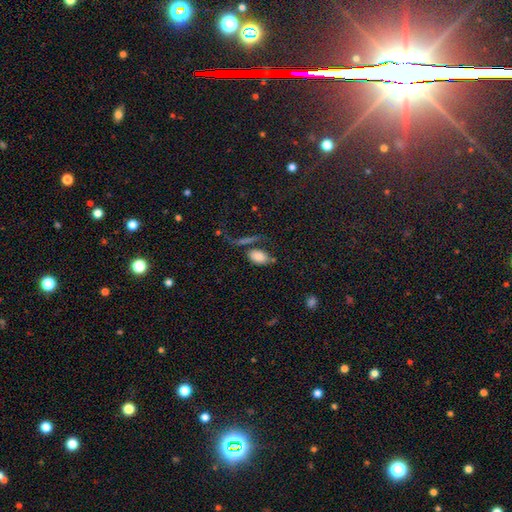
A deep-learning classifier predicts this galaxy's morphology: Smooth or featured?
  - smooth: 74% *
  - star or artifact: 16%
  - featured or disk: 10%
How rounded?
  - in between: 84% *
  - round: 12%
  - cigar-shaped: 4%
Merging?
  - none: 54% *
  - minor disturbance: 17%
  - merger: 15%
  - major disturbance: 14%